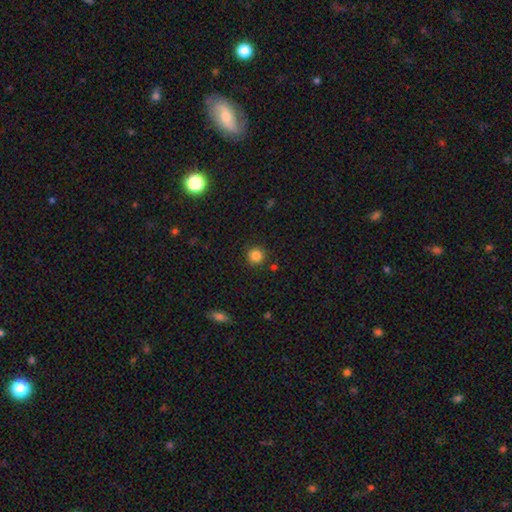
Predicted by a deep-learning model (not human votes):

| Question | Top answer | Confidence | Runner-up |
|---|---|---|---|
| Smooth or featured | smooth | 84% | star or artifact (11%) |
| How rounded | round | 94% | in between (5%) |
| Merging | none | 90% | minor disturbance (6%) |